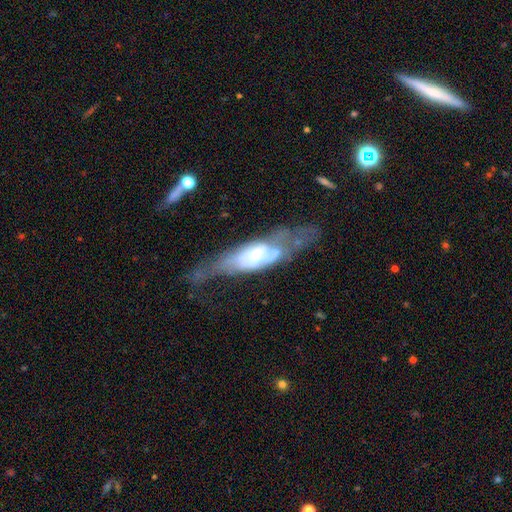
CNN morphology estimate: Overall: featured or disk (65%; smooth 28%). Edge-on disk: no (64%; yes 36%). Merging: major disturbance (38%; none 30%).